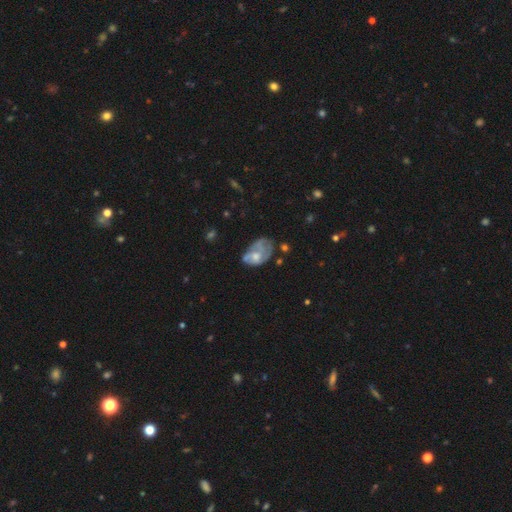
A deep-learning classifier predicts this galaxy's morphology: Smooth or featured?
  - featured or disk: 50% *
  - smooth: 41%
  - star or artifact: 8%
Edge-on disk?
  - no: 97% *
  - yes: 3%
Merging?
  - major disturbance: 32% *
  - minor disturbance: 31%
  - none: 30%
  - merger: 7%